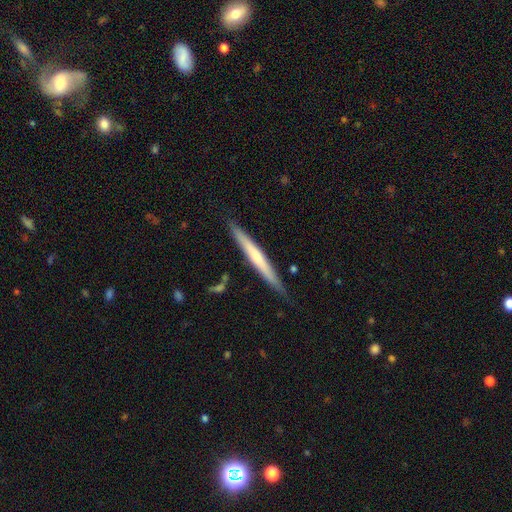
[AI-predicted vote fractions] featured or disk 49%, smooth 46%, star or artifact 5%. Down the decision tree: merging — none (85%).